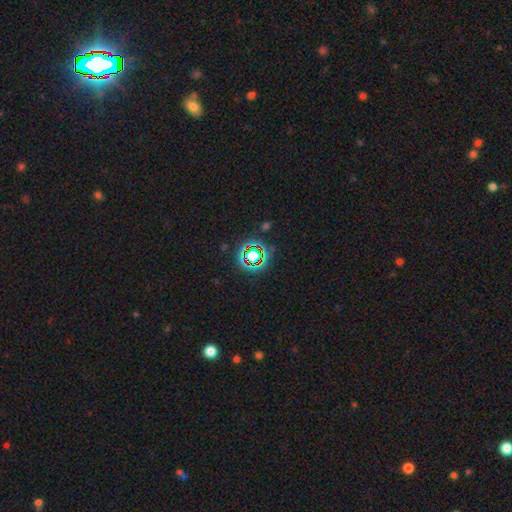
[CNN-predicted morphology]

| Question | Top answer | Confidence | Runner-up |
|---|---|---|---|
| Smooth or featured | star or artifact | 68% | smooth (21%) |